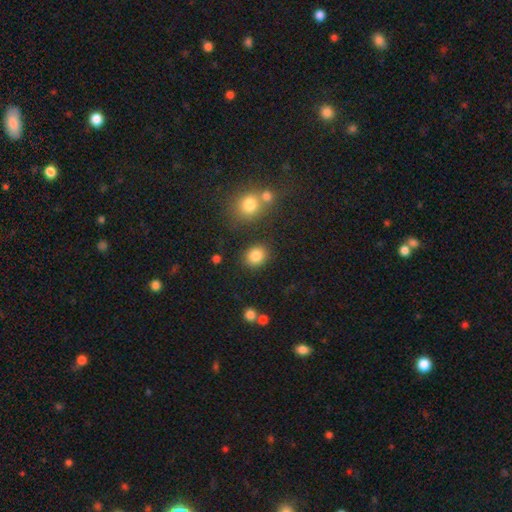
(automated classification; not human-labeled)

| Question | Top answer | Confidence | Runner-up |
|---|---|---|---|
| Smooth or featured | smooth | 85% | star or artifact (10%) |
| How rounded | round | 63% | in between (36%) |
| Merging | none | 83% | minor disturbance (9%) |